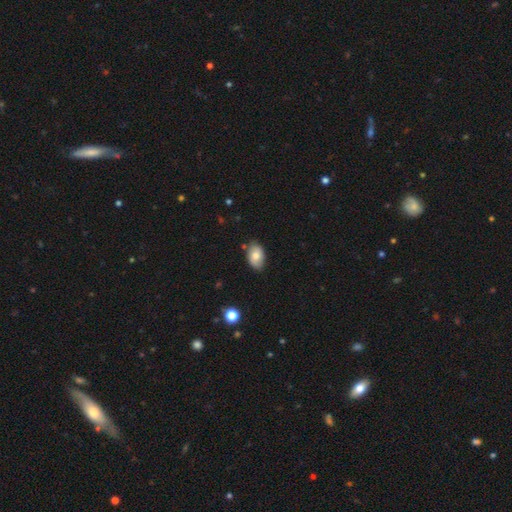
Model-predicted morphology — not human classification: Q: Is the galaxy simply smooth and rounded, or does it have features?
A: smooth — 74%.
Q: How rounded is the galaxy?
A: in between — 90%.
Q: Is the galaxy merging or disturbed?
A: none — 77%.